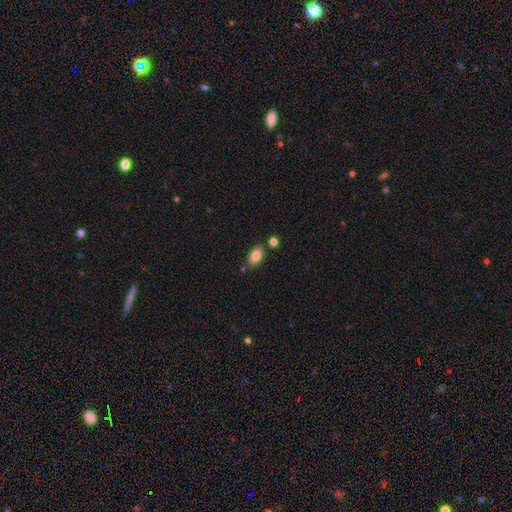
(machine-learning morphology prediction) The model was most divided on "merging": none: 78%, minor disturbance: 12%, merger: 8%, major disturbance: 3%. More confident: how rounded — in between (91%); smooth or featured — smooth (85%).